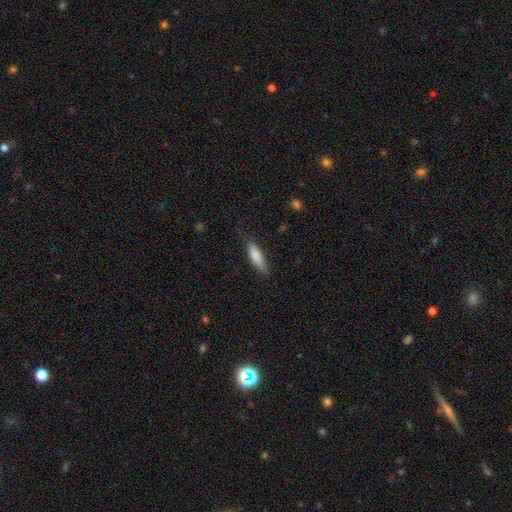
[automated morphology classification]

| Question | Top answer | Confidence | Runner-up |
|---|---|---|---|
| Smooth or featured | smooth | 83% | featured or disk (11%) |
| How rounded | cigar-shaped | 59% | in between (40%) |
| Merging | none | 77% | minor disturbance (18%) |